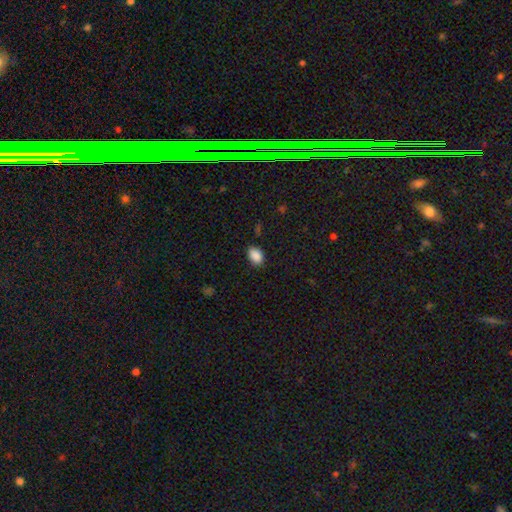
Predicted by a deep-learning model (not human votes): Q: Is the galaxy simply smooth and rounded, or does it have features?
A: smooth — 88%.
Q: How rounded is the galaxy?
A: in between — 80%.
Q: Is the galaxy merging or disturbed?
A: none — 81%.